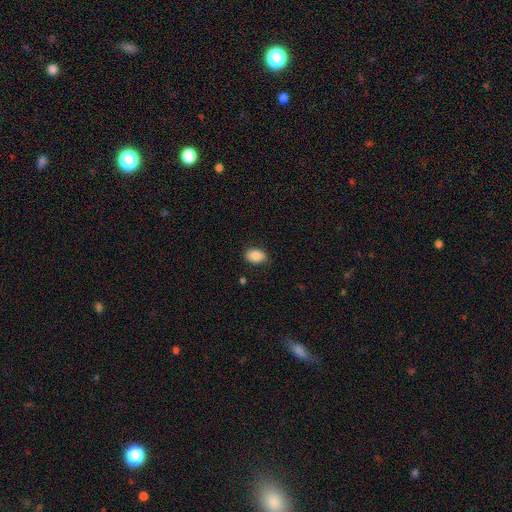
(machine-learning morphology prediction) A smooth galaxy with no disk features (87%) that is in between round and cigar-shaped (84%). Merging: none (85%).